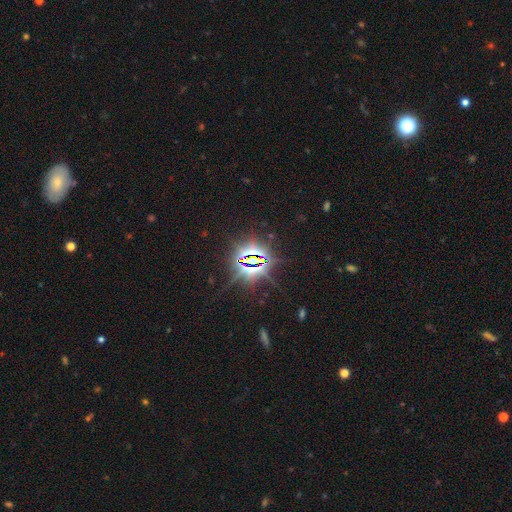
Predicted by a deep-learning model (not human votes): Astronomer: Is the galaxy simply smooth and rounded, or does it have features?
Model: star or artifact — 85%.